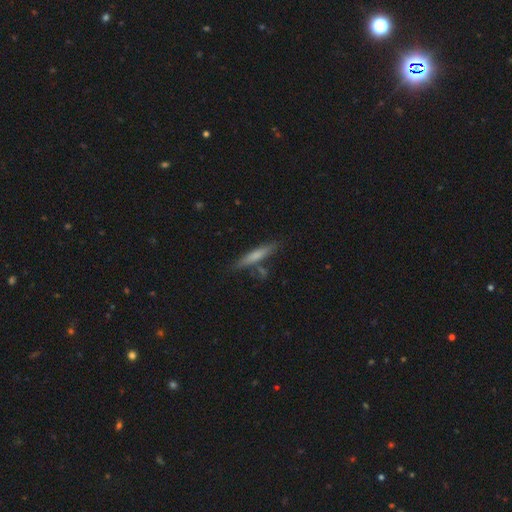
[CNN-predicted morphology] smooth 64%, featured or disk 29%, star or artifact 6%. Down the decision tree: how rounded — cigar-shaped (91%); merging — none (78%).